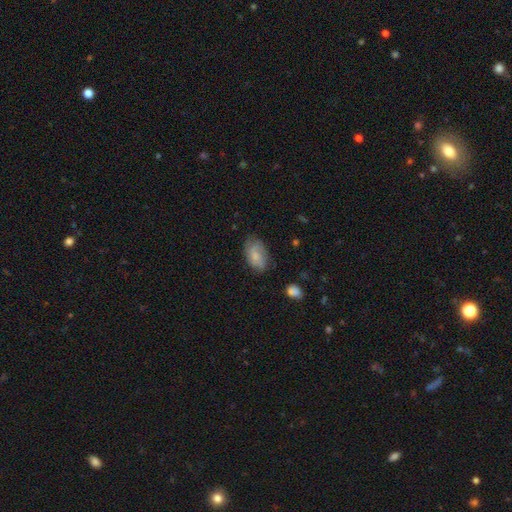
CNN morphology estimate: This appears to be a smooth galaxy with no disk features (58%) that is in between round and cigar-shaped (90%). Merging: none (66%).